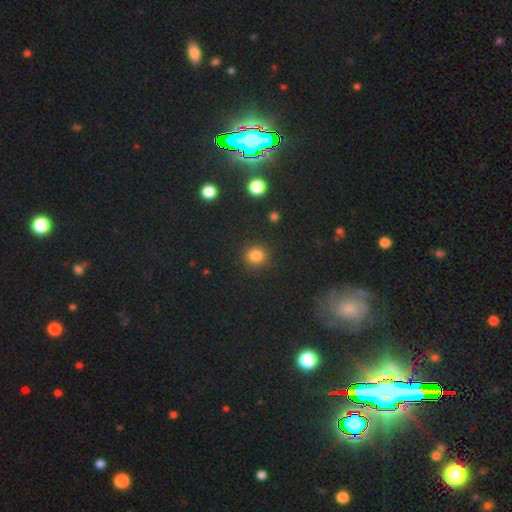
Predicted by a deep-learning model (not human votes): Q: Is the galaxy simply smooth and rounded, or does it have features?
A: smooth — 81%.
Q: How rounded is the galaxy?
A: round — 89%.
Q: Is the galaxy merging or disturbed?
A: none — 89%.